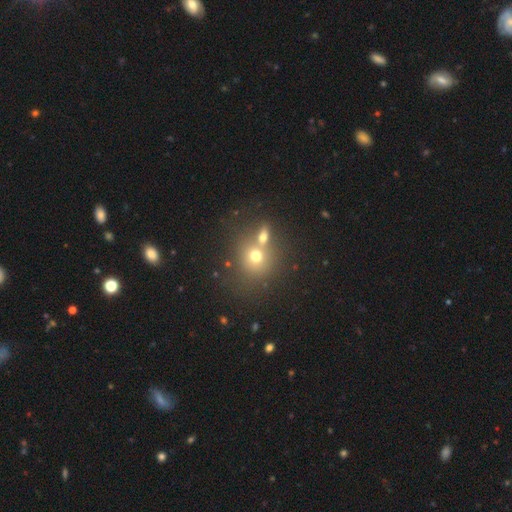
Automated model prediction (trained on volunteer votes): Q: Smooth or featured?
A: smooth (68%); runner-up: featured or disk (16%)
Q: How rounded?
A: round (79%); runner-up: in between (20%)
Q: Merging?
A: merger (46%); runner-up: none (42%)